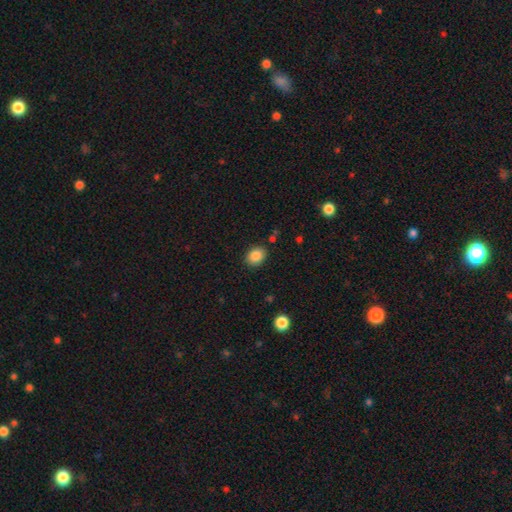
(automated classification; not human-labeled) smooth 87%, star or artifact 9%, featured or disk 4%. Down the decision tree: how rounded — in between (55%); merging — none (85%).